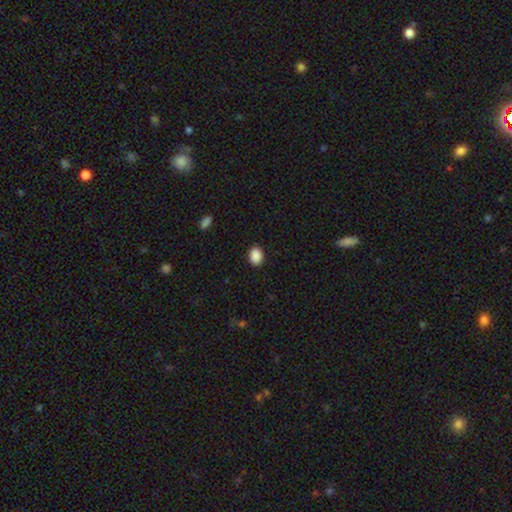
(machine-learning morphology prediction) Overall: smooth (90%). How rounded: in between (64%; round 35%). Merging: none (90%).